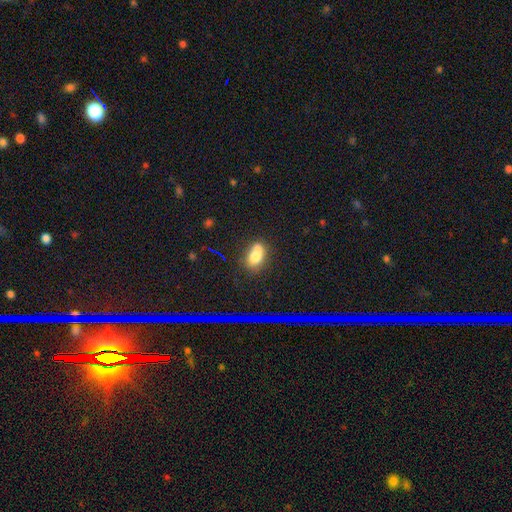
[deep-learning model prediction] smooth 72%, star or artifact 15%, featured or disk 13%. Down the decision tree: how rounded — in between (80%); merging — none (55%).